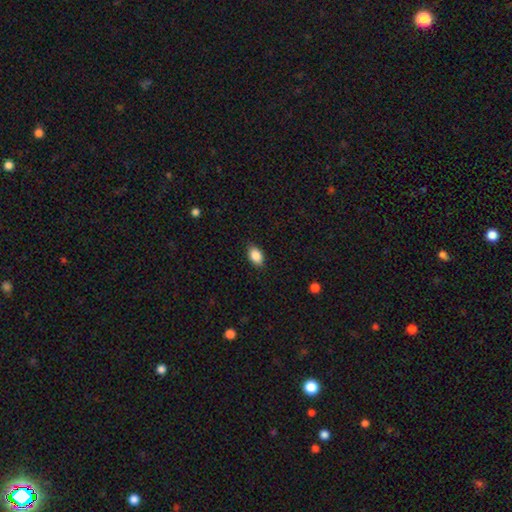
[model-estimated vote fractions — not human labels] Smooth or featured? Predicted: smooth (p=0.88). How rounded? Predicted: in between (p=0.90). Merging? Predicted: none (p=0.87).